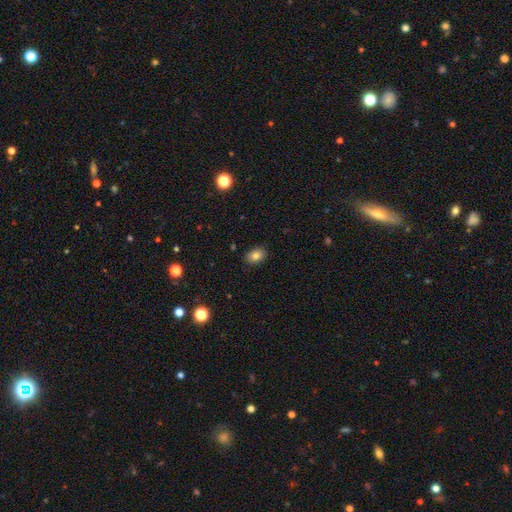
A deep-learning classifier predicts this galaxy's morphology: smooth-or-featured: smooth: 81% | star or artifact: 11% | featured or disk: 8%
  how-rounded: in between: 72% | round: 27% | cigar-shaped: 1%
  merging: none: 88% | minor disturbance: 9% | major disturbance: 2% | merger: 1%